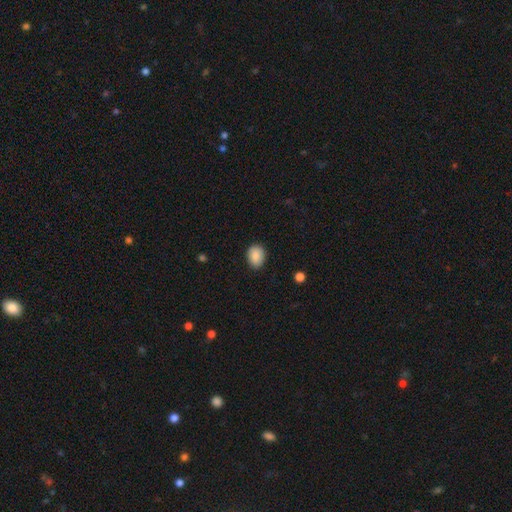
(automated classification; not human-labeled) Q: Smooth or featured?
A: smooth (89%); runner-up: star or artifact (7%)
Q: How rounded?
A: in between (65%); runner-up: round (34%)
Q: Merging?
A: none (84%); runner-up: minor disturbance (13%)